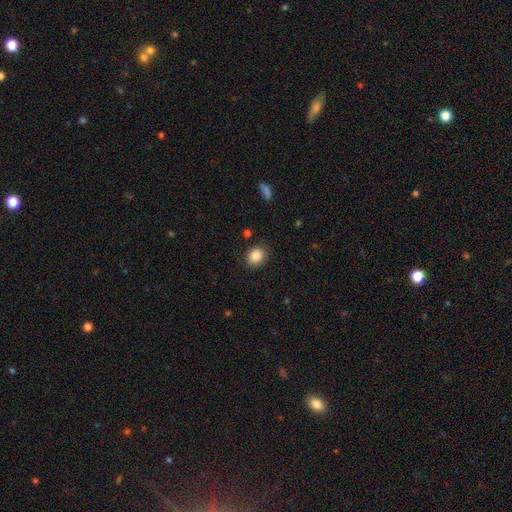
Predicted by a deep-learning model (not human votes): Overall: smooth (86%). How rounded: round (55%; in between 44%). Merging: none (87%).